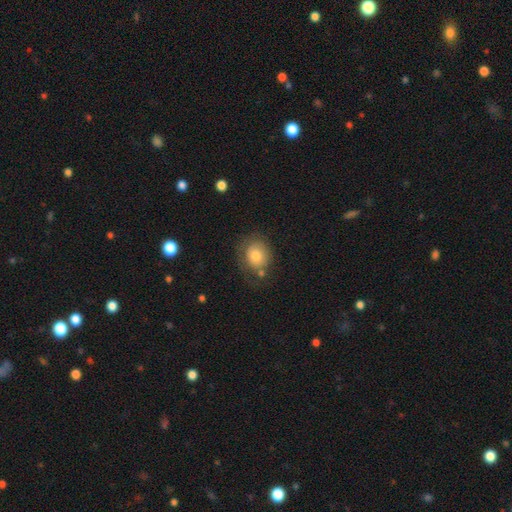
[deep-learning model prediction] The model was most divided on "merging": none: 61%, minor disturbance: 22%, major disturbance: 11%, merger: 7%. More confident: smooth or featured — smooth (77%); how rounded — round (70%).